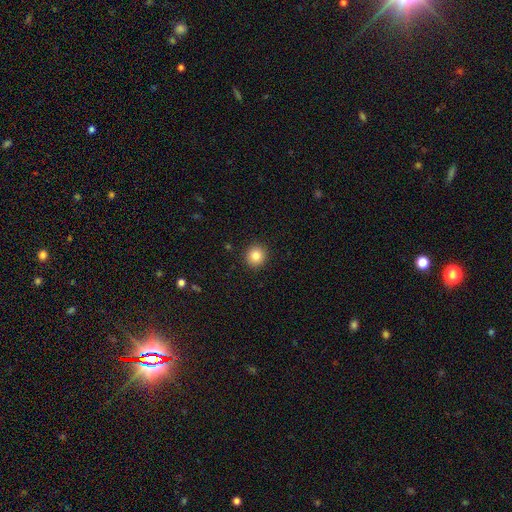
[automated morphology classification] Q: Smooth or featured?
A: smooth (84%); runner-up: star or artifact (10%)
Q: How rounded?
A: round (92%); runner-up: in between (7%)
Q: Merging?
A: none (92%); runner-up: minor disturbance (5%)